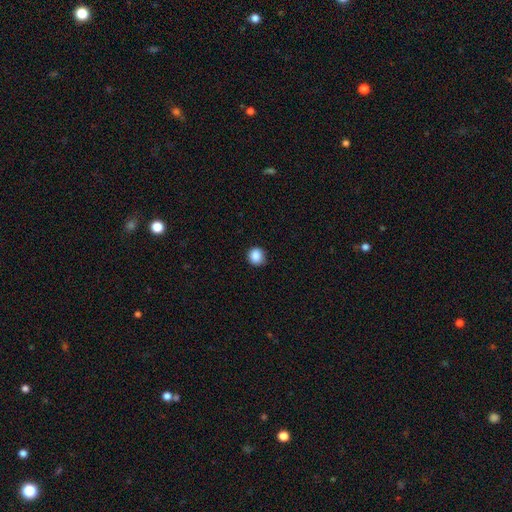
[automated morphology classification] smooth-or-featured: smooth: 87% | star or artifact: 10% | featured or disk: 3%
  how-rounded: round: 89% | in between: 10% | cigar-shaped: 1%
  merging: none: 85% | minor disturbance: 12% | major disturbance: 2% | merger: 1%